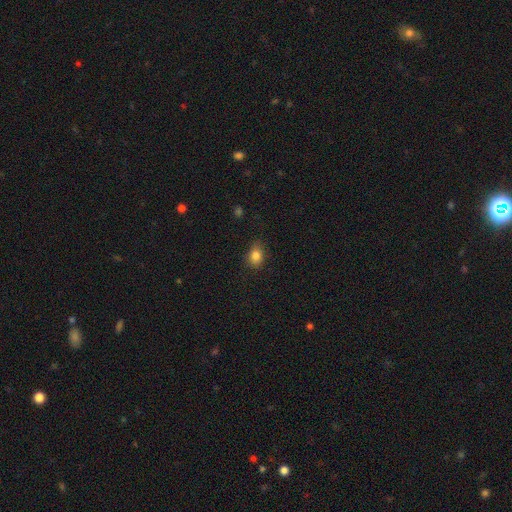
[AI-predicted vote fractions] Smooth or featured? smooth (84%)
How rounded? in between (64%)
Merging? none (79%)